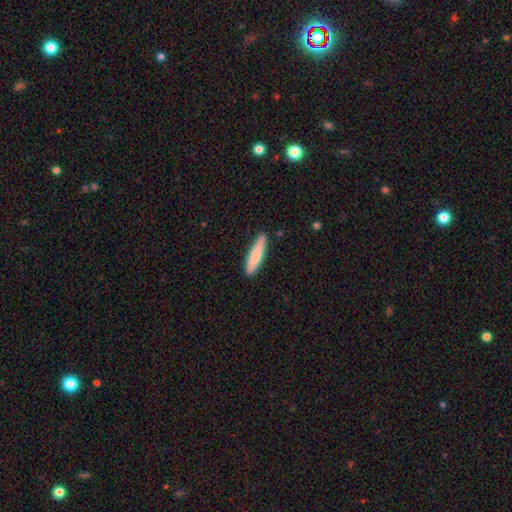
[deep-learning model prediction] smooth_or_featured: smooth (p=0.78) [alt: featured or disk p=0.17]
how_rounded: cigar-shaped (p=0.85) [alt: in between p=0.13]
merging: none (p=0.88) [alt: minor disturbance p=0.09]